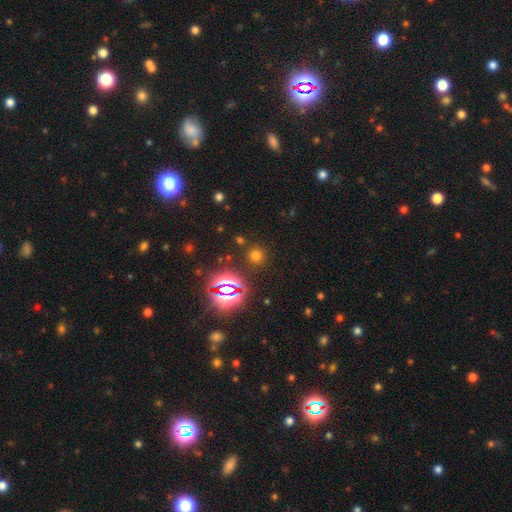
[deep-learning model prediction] This appears to be a smooth galaxy with no disk features (62%) that is round (89%). Merging: none (86%).